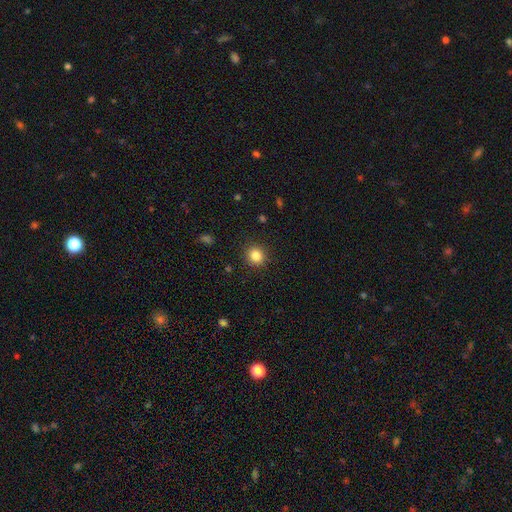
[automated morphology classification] Q: Smooth or featured?
A: smooth (84%); runner-up: star or artifact (11%)
Q: How rounded?
A: round (87%); runner-up: in between (12%)
Q: Merging?
A: none (90%); runner-up: minor disturbance (7%)